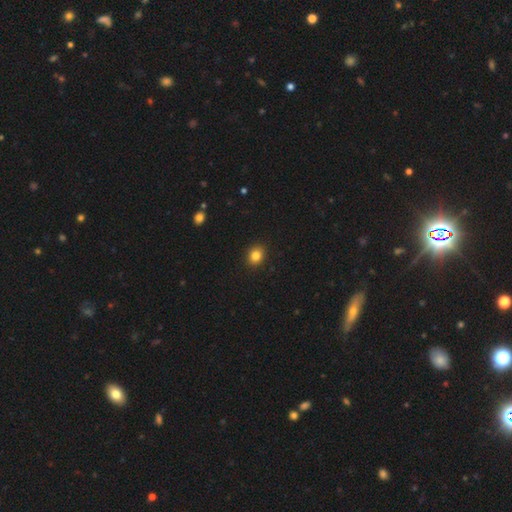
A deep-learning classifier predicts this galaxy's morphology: Smooth or featured?
  - smooth: 84% *
  - star or artifact: 11%
  - featured or disk: 5%
How rounded?
  - round: 62% *
  - in between: 37%
  - cigar-shaped: 1%
Merging?
  - none: 91% *
  - minor disturbance: 6%
  - major disturbance: 2%
  - merger: 1%